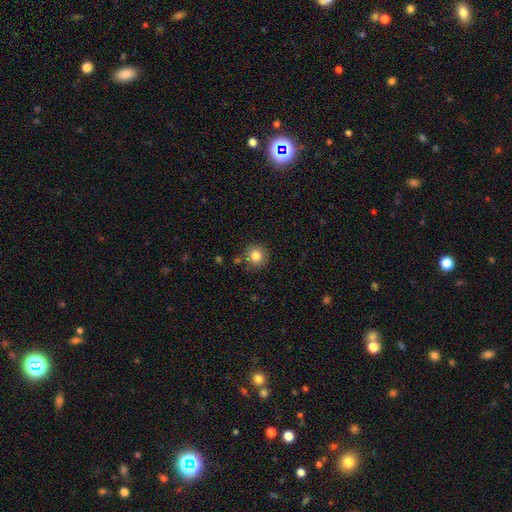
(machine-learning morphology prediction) A smooth galaxy with no disk features (83%) that is round (93%). Merging: none (84%).